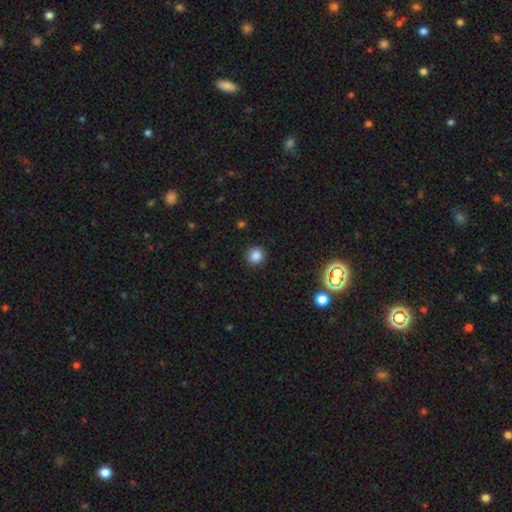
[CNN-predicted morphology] The model was most divided on "smooth or featured": smooth: 84%, star or artifact: 12%, featured or disk: 3%. More confident: how rounded — round (93%); merging — none (91%).